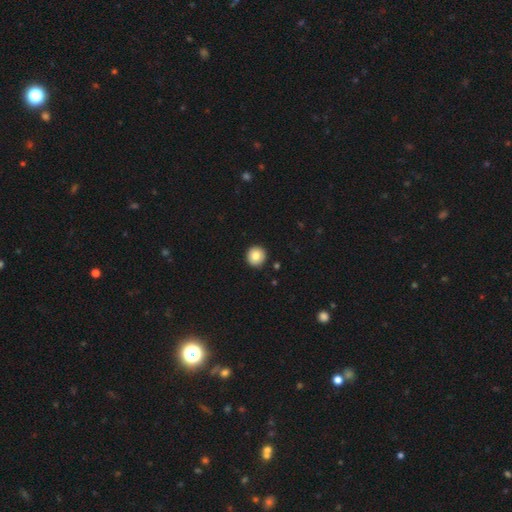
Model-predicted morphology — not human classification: Smooth or featured?
  - smooth: 82% *
  - featured or disk: 9%
  - star or artifact: 9%
How rounded?
  - round: 95% *
  - in between: 4%
  - cigar-shaped: 1%
Merging?
  - none: 92% *
  - minor disturbance: 5%
  - major disturbance: 1%
  - merger: 1%